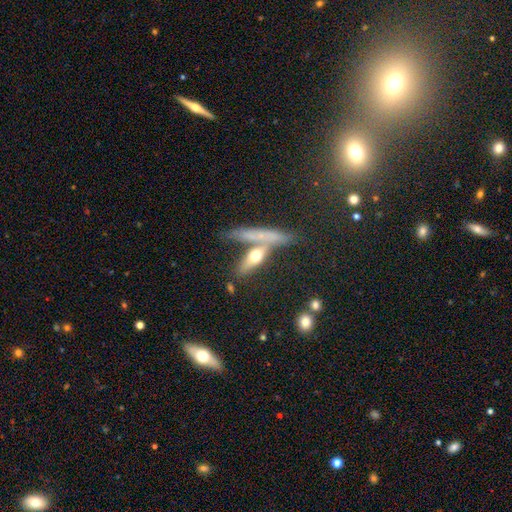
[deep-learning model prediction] Smooth or featured? Predicted: smooth (p=0.52). How rounded? Predicted: cigar-shaped (p=0.63). Merging? Predicted: none (p=0.46).